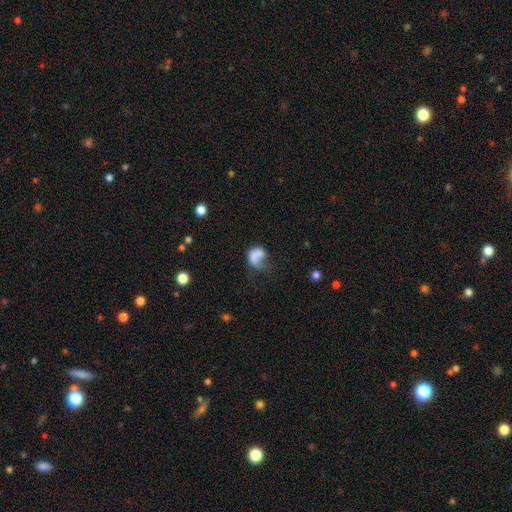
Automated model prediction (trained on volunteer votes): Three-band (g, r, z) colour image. It shows a smooth galaxy with no disk features (61%) that is in between round and cigar-shaped (61%). Merging: major disturbance (45%).